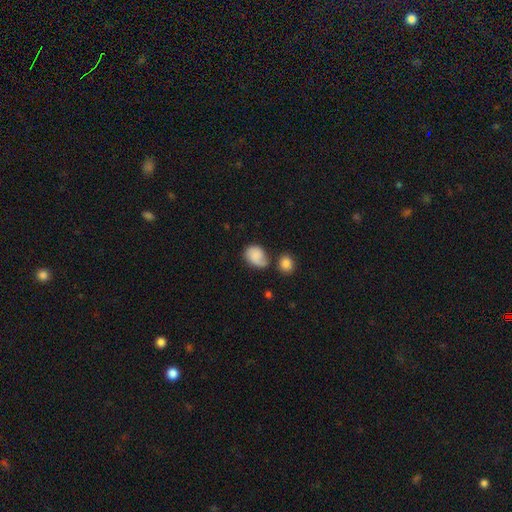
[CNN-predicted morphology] smooth-or-featured: smooth: 73% | featured or disk: 18% | star or artifact: 9%
  how-rounded: in between: 61% | round: 38% | cigar-shaped: 1%
  merging: none: 43% | minor disturbance: 29% | merger: 15% | major disturbance: 12%